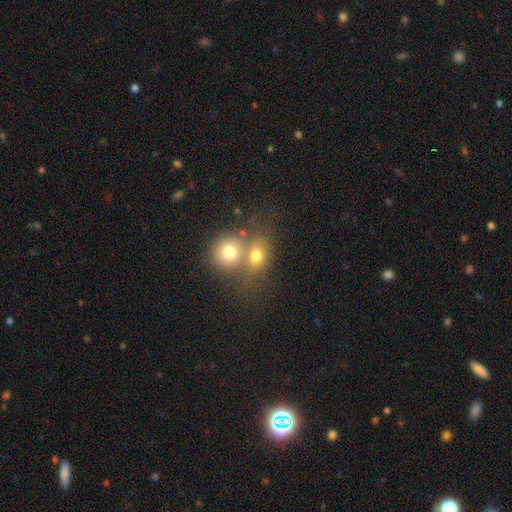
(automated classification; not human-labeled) Morphology: type=smooth (71%); roundness=round (57%); merging=merger (57%).